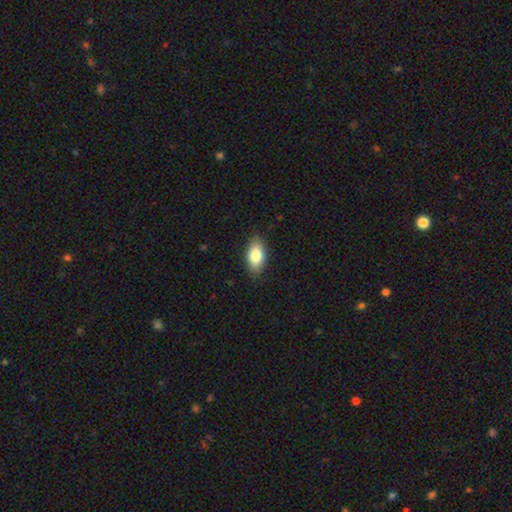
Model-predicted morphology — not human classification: Smooth or featured? smooth (82%)
How rounded? in between (91%)
Merging? none (86%)